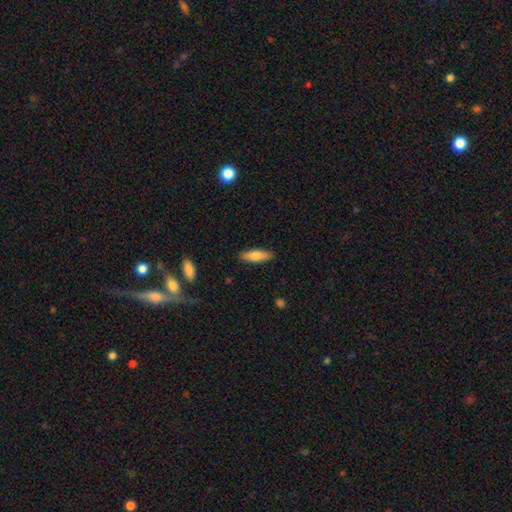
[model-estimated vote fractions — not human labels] The model was most divided on "how rounded": in between: 53%, cigar-shaped: 45%, round: 2%. More confident: merging — none (88%); smooth or featured — smooth (74%).